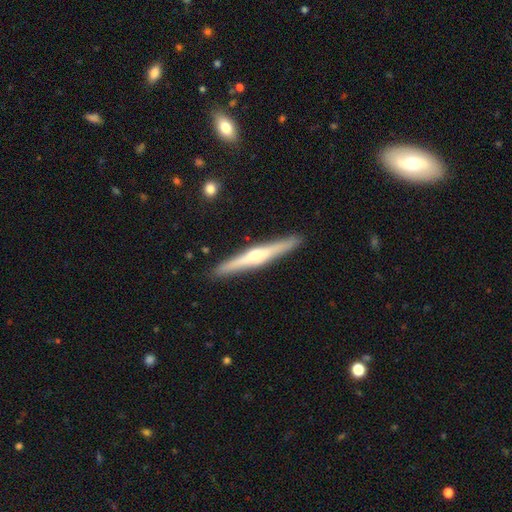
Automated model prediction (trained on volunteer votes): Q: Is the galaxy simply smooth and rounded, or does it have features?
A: featured or disk — 70%.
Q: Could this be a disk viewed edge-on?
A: yes — 98%.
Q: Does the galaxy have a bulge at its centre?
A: rounded — 86%.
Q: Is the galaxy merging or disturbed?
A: none — 91%.